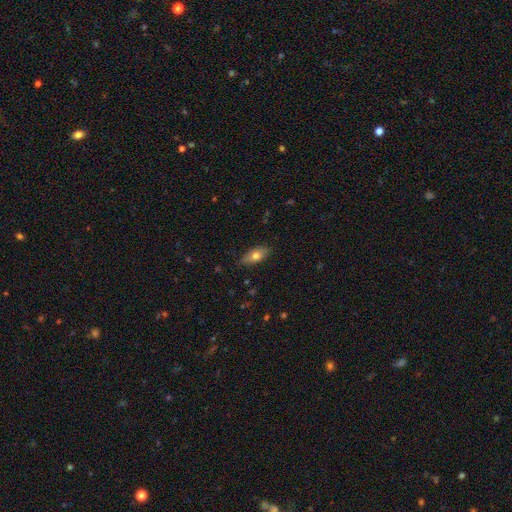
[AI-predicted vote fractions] Smooth or featured?
  - smooth: 70% *
  - featured or disk: 23%
  - star or artifact: 7%
How rounded?
  - in between: 83% *
  - cigar-shaped: 13%
  - round: 5%
Merging?
  - none: 83% *
  - minor disturbance: 14%
  - major disturbance: 2%
  - merger: 1%